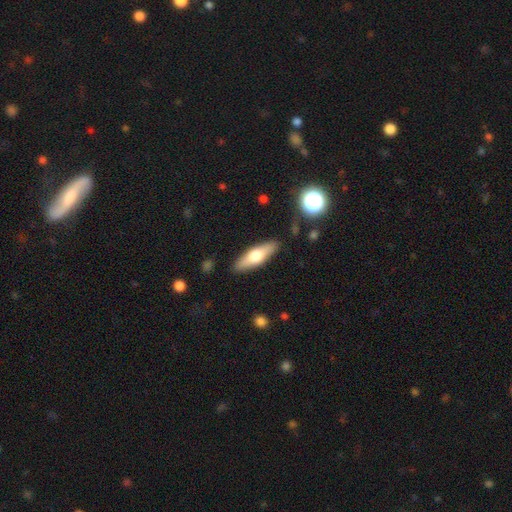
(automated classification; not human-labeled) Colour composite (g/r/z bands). It shows a smooth galaxy with no disk features (55%) that is cigar-shaped (55%). Merging: none (87%).